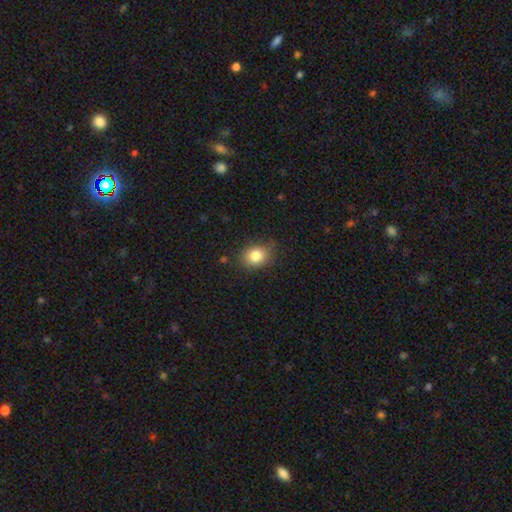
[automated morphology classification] This appears to be a smooth galaxy with no disk features (83%) that is in between round and cigar-shaped (54%). Merging: none (81%).